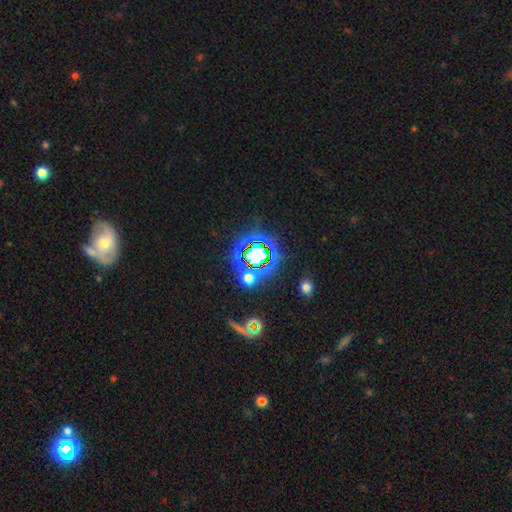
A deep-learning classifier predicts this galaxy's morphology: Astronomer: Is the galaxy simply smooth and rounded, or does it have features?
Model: star or artifact — 75%.